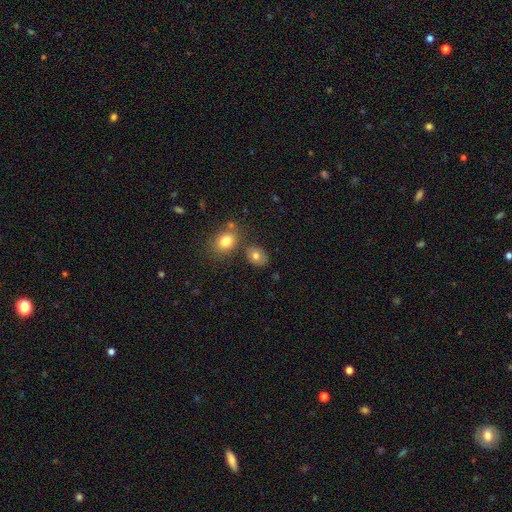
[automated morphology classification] Smooth or featured: smooth — 77% (featured or disk — 12%)
How rounded: in between — 63% (round — 36%)
Merging: none — 71% (minor disturbance — 13%)